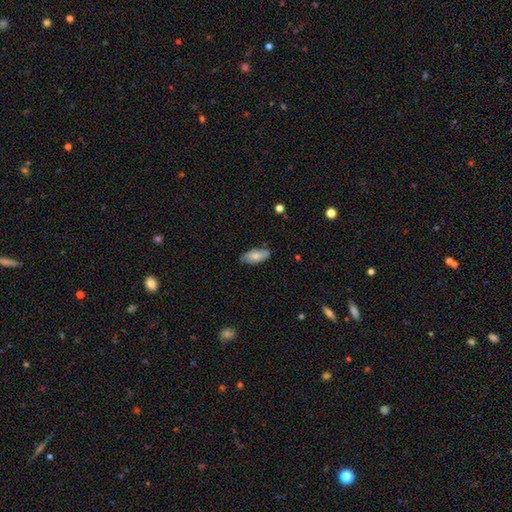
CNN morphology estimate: type=smooth (70%); roundness=in between (88%); merging=none (76%).